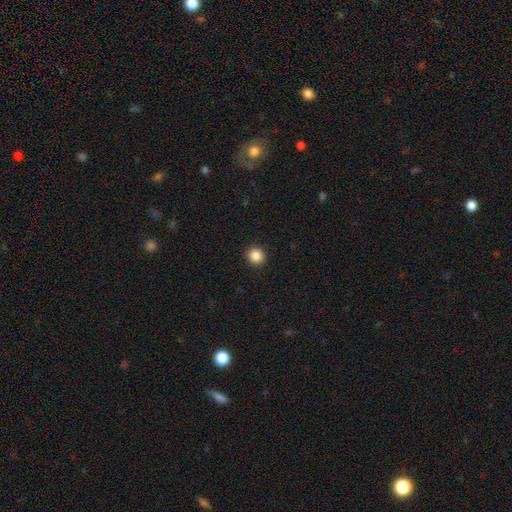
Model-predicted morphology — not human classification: Smooth or featured? Predicted: smooth (p=0.87). How rounded? Predicted: round (p=0.93). Merging? Predicted: none (p=0.93).